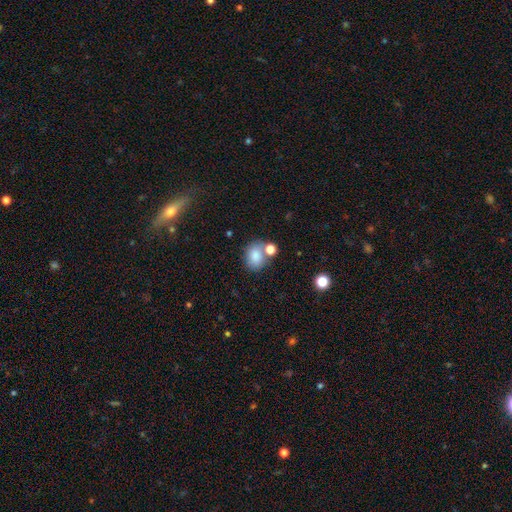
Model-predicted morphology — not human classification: Smooth or featured? smooth (82%)
How rounded? in between (50%)
Merging? none (58%)